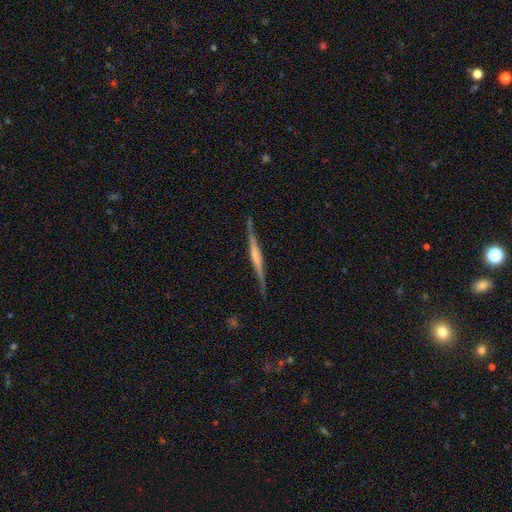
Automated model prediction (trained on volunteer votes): smooth-or-featured: featured or disk: 74% | smooth: 20% | star or artifact: 6%
  disk-edge-on: yes: 97% | no: 3%
    edge-on-bulge: rounded: 42% | none: 30% | boxy: 28%
  merging: none: 86% | minor disturbance: 10% | major disturbance: 2% | merger: 1%